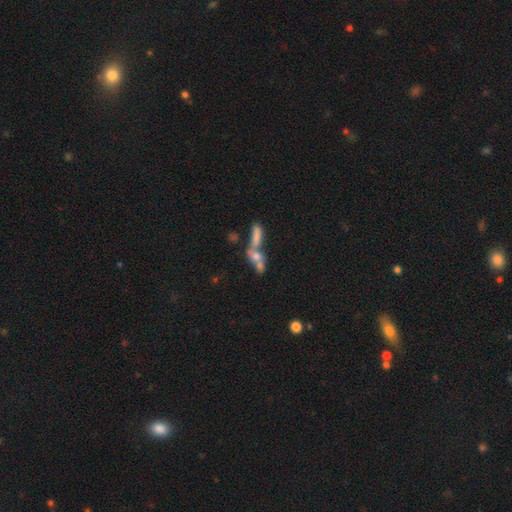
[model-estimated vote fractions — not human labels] smooth-or-featured: smooth: 51% | featured or disk: 34% | star or artifact: 15%
  how-rounded: in between: 51% | cigar-shaped: 34% | round: 16%
  merging: merger: 63% | none: 21% | major disturbance: 8% | minor disturbance: 8%